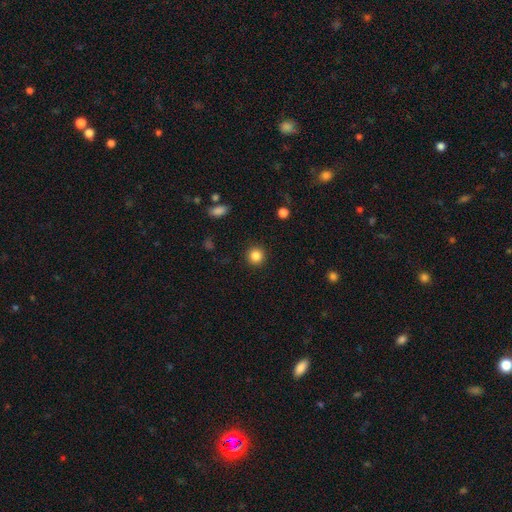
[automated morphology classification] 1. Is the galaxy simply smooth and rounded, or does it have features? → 84% smooth, 11% star or artifact, 5% featured or disk.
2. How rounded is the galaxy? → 94% round, 5% in between, 1% cigar-shaped.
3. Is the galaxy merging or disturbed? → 92% none, 5% minor disturbance, 2% major disturbance, 1% merger.